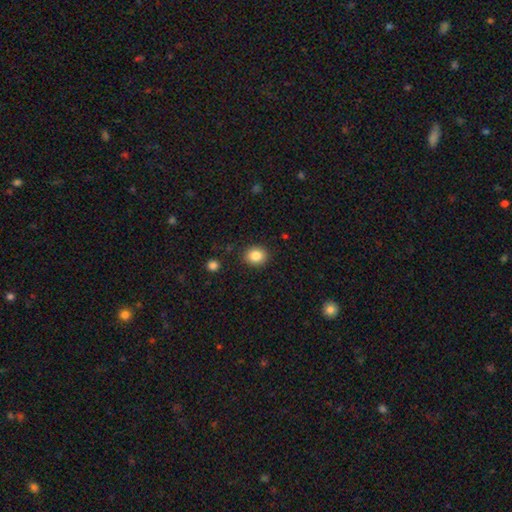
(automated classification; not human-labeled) Smooth or featured? smooth (85%)
How rounded? round (69%)
Merging? none (90%)